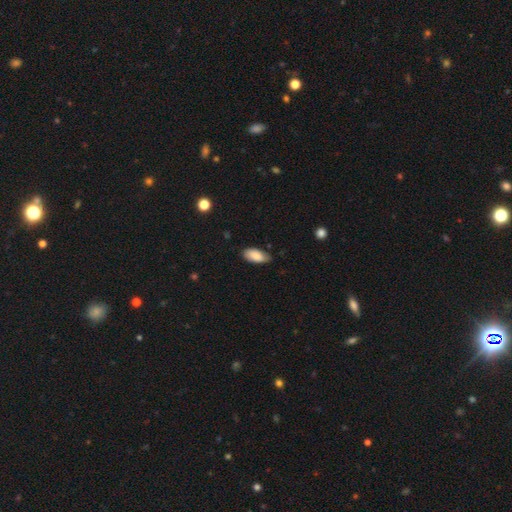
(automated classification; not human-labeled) smooth-or-featured: smooth: 85% | featured or disk: 9% | star or artifact: 6%
  how-rounded: in between: 92% | cigar-shaped: 6% | round: 2%
  merging: none: 68% | minor disturbance: 26% | major disturbance: 4% | merger: 2%